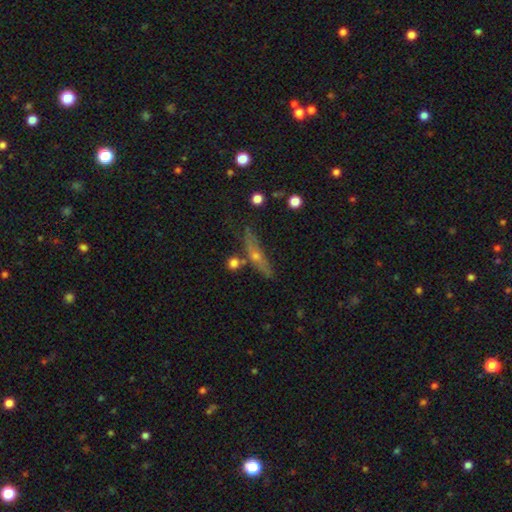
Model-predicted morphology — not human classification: A featured or disk galaxy (54%) viewed edge-on (82%).

Vote fractions:
- Smooth or featured? featured or disk: 54% / smooth: 37% / star or artifact: 9%
- Edge-on disk? yes: 82% / no: 18%
- Merging? none: 70% / minor disturbance: 17% / merger: 8% / major disturbance: 5%